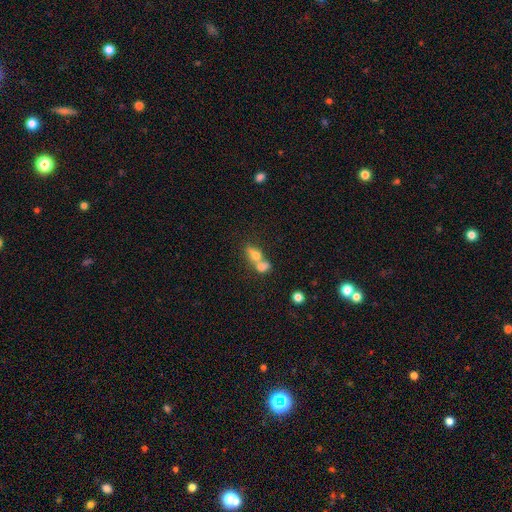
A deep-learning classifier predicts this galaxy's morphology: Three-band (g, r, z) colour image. It shows a smooth galaxy with no disk features (61%) that is in between round and cigar-shaped (56%). Merging: merger (64%).